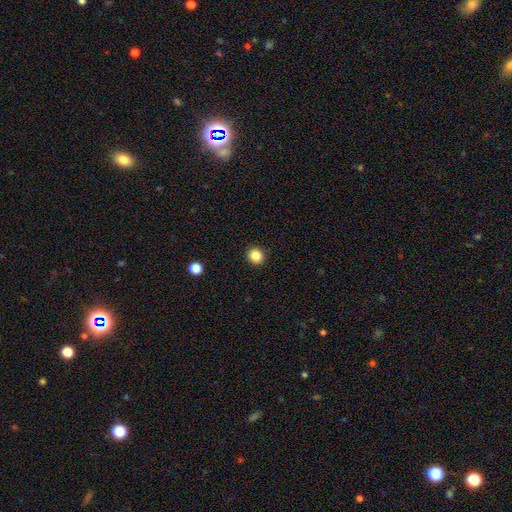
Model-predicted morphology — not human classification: Smooth or featured? smooth (85%)
How rounded? round (87%)
Merging? none (93%)